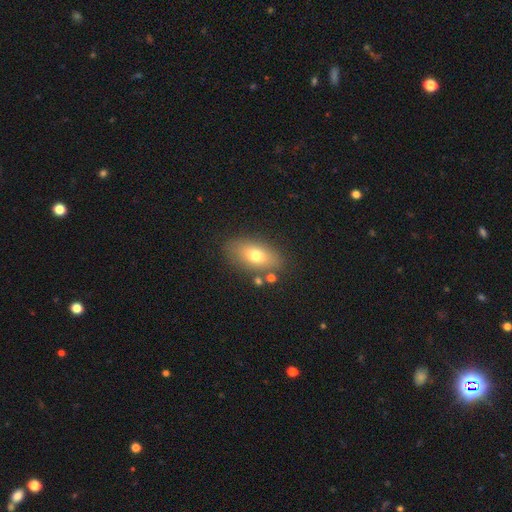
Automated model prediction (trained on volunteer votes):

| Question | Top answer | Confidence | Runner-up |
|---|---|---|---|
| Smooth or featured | smooth | 72% | featured or disk (18%) |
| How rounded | in between | 88% | round (7%) |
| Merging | none | 78% | minor disturbance (12%) |